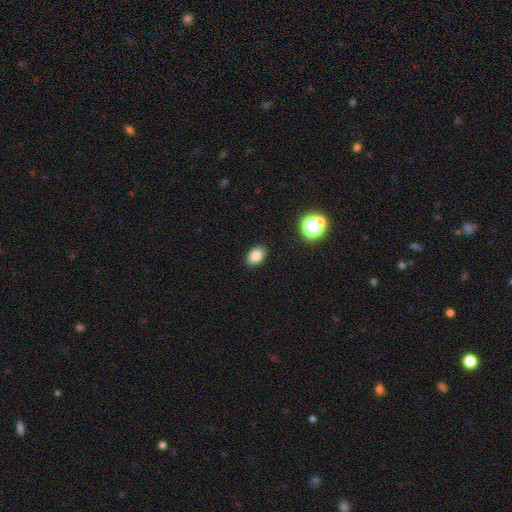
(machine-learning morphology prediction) Smooth or featured? smooth (82%)
How rounded? in between (81%)
Merging? none (89%)